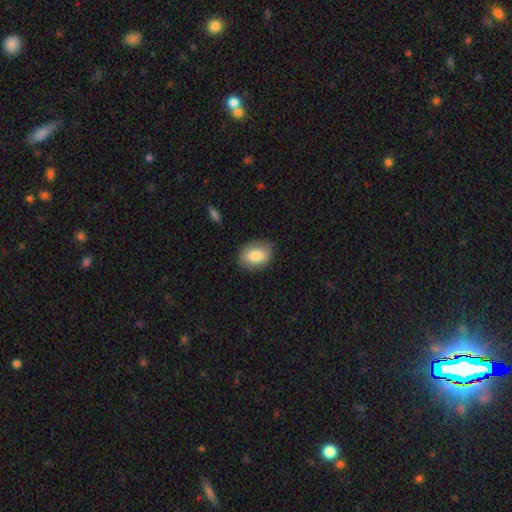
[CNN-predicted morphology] A smooth galaxy with no disk features (82%) that is in between round and cigar-shaped (65%).

Vote fractions:
- Smooth or featured? smooth: 82% / featured or disk: 11% / star or artifact: 7%
- How rounded? in between: 65% / round: 34% / cigar-shaped: 1%
- Merging? none: 81% / minor disturbance: 14% / major disturbance: 3% / merger: 1%